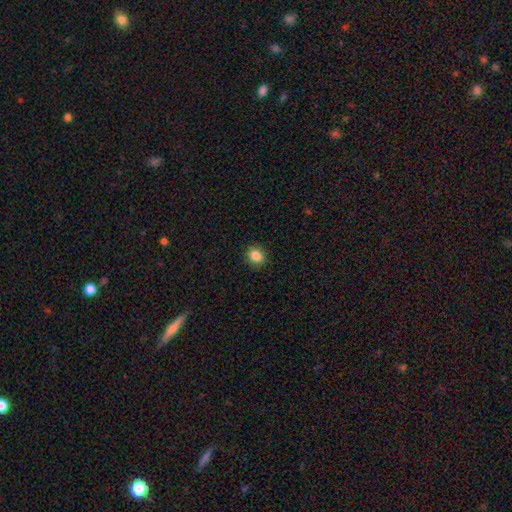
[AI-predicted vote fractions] smooth-or-featured: smooth: 86% | star or artifact: 10% | featured or disk: 5%
  how-rounded: round: 70% | in between: 29% | cigar-shaped: 1%
  merging: none: 88% | minor disturbance: 8% | major disturbance: 2% | merger: 1%